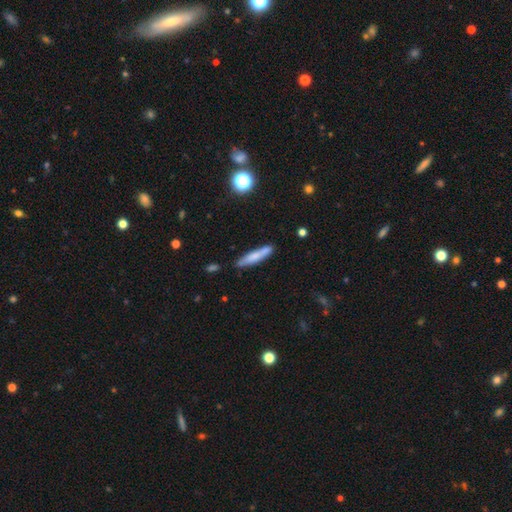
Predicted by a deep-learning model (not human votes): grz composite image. It shows a smooth galaxy with no disk features (69%) that is cigar-shaped (88%). Merging: none (79%).